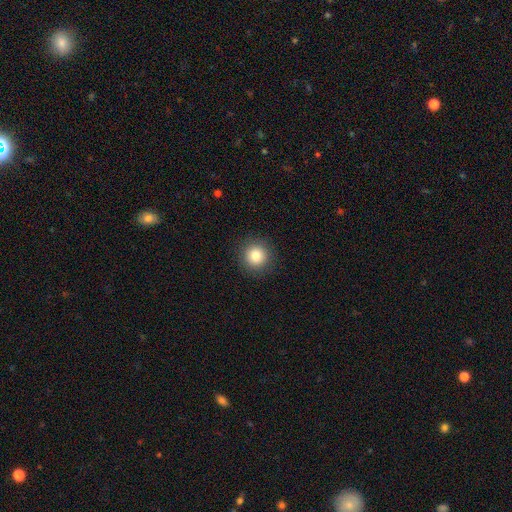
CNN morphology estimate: smooth 82%, star or artifact 11%, featured or disk 7%. Down the decision tree: how rounded — round (94%); merging — none (92%).